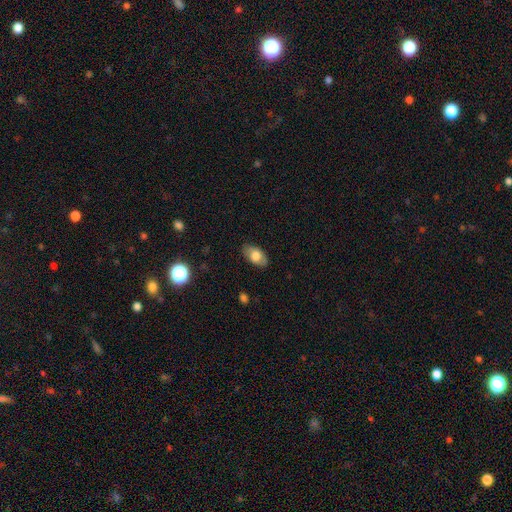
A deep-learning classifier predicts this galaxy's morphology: smooth 74%, featured or disk 18%, star or artifact 7%. Down the decision tree: how rounded — in between (92%); merging — none (83%).